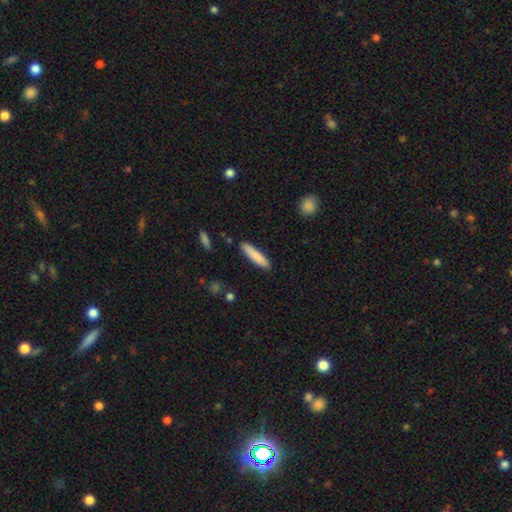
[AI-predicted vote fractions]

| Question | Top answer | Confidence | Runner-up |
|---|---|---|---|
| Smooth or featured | smooth | 83% | featured or disk (12%) |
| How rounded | cigar-shaped | 87% | in between (12%) |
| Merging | none | 89% | minor disturbance (8%) |